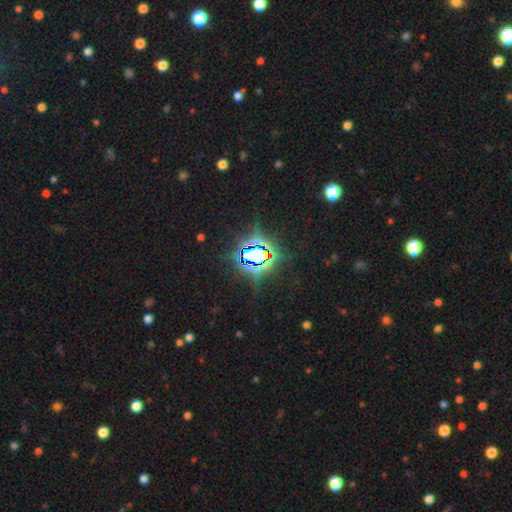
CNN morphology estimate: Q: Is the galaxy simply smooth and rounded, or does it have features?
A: star or artifact — 80%.